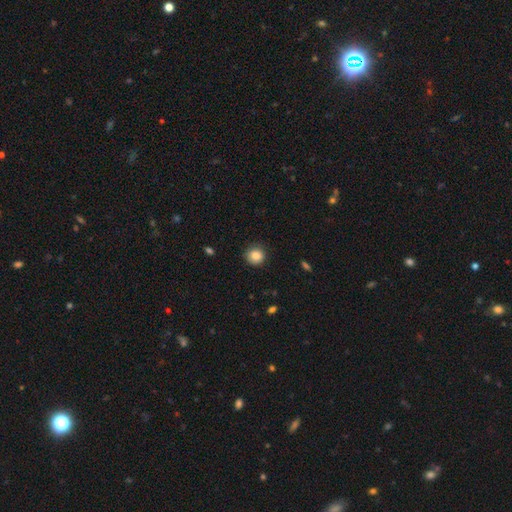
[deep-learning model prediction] Overall: smooth (87%). How rounded: round (90%). Merging: none (86%).